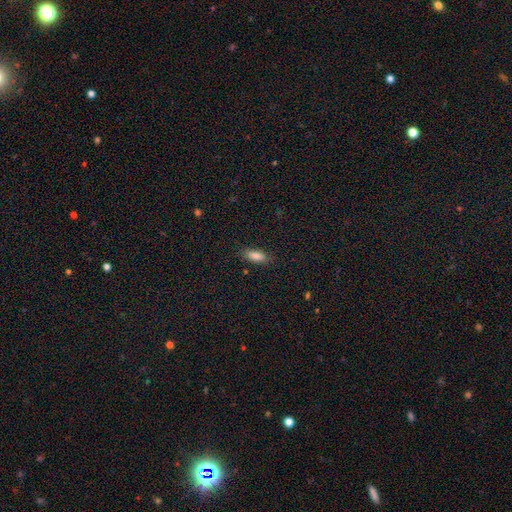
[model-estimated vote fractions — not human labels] smooth-or-featured: smooth: 85% | star or artifact: 8% | featured or disk: 6%
  how-rounded: in between: 77% | cigar-shaped: 21% | round: 2%
  merging: none: 85% | minor disturbance: 11% | major disturbance: 3% | merger: 1%